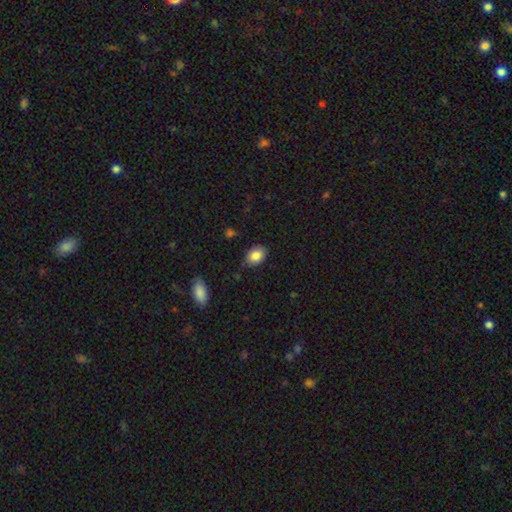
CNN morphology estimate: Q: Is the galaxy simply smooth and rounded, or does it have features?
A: smooth — 84%.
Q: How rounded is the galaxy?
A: in between — 79%.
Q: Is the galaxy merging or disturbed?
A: none — 80%.